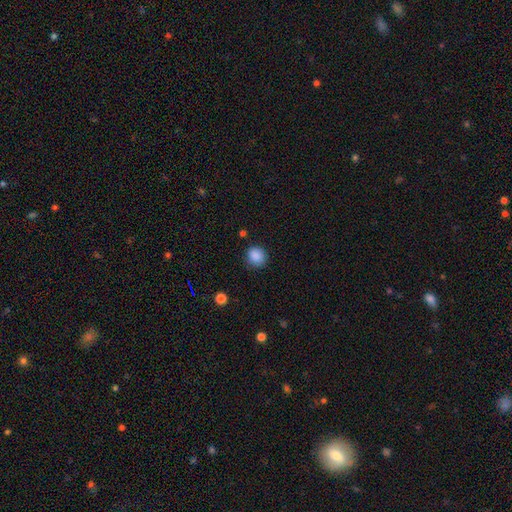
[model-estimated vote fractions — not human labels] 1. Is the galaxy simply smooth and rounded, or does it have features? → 87% smooth, 10% star or artifact, 3% featured or disk.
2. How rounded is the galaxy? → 84% round, 15% in between, 1% cigar-shaped.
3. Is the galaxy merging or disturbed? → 83% none, 12% minor disturbance, 3% major disturbance, 2% merger.